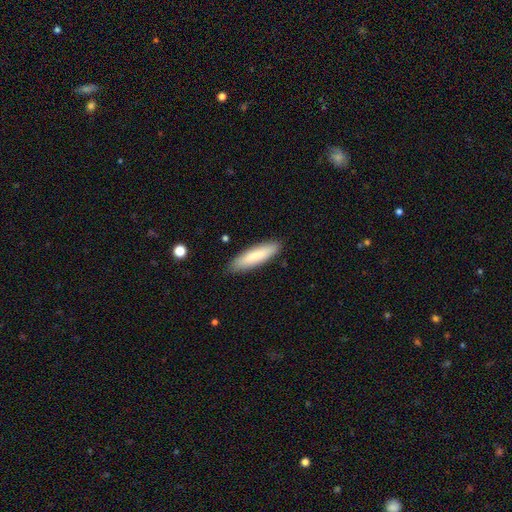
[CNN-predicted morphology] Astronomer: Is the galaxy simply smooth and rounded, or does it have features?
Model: smooth — 80%.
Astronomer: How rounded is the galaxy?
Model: cigar-shaped — 72%.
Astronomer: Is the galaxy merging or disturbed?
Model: none — 88%.